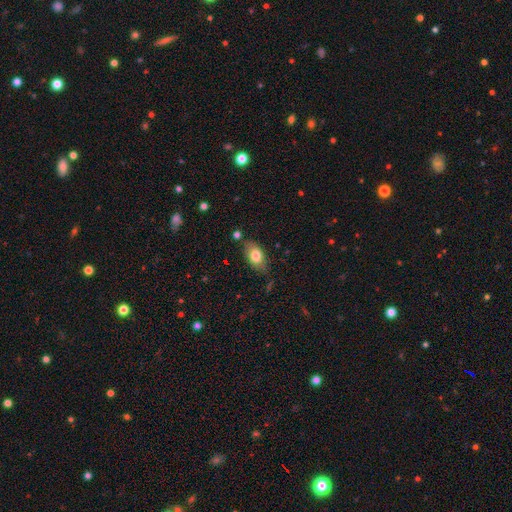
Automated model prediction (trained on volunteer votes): A smooth galaxy with no disk features (78%) that is in between round and cigar-shaped (88%).

Vote fractions:
- Smooth or featured? smooth: 78% / featured or disk: 14% / star or artifact: 7%
- How rounded? in between: 88% / round: 9% / cigar-shaped: 3%
- Merging? none: 74% / minor disturbance: 18% / major disturbance: 4% / merger: 4%